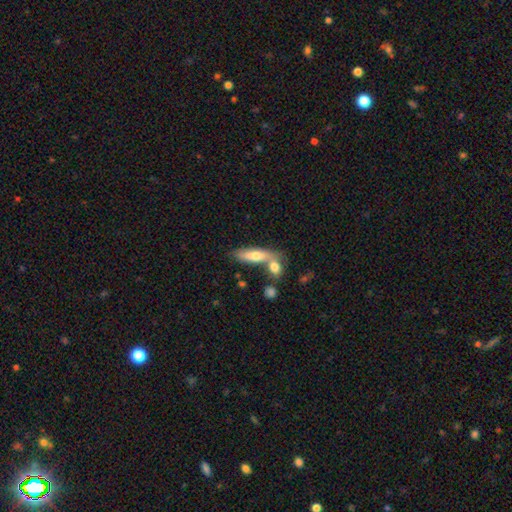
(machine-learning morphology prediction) Overall: smooth (63%; featured or disk 30%). How rounded: cigar-shaped (54%; in between 42%). Merging: none (48%; merger 37%).